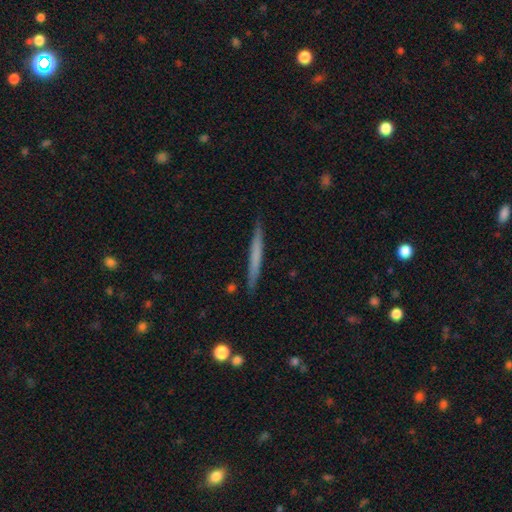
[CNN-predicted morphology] smooth 56%, featured or disk 38%, star or artifact 6%. Down the decision tree: how rounded — cigar-shaped (97%); merging — none (89%).